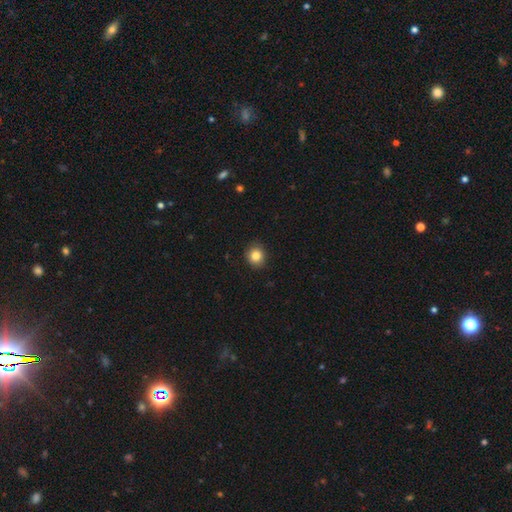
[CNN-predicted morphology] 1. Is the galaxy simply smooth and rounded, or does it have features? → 84% smooth, 10% star or artifact, 6% featured or disk.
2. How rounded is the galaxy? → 81% round, 18% in between, 1% cigar-shaped.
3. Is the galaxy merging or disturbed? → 89% none, 9% minor disturbance, 2% major disturbance, 1% merger.